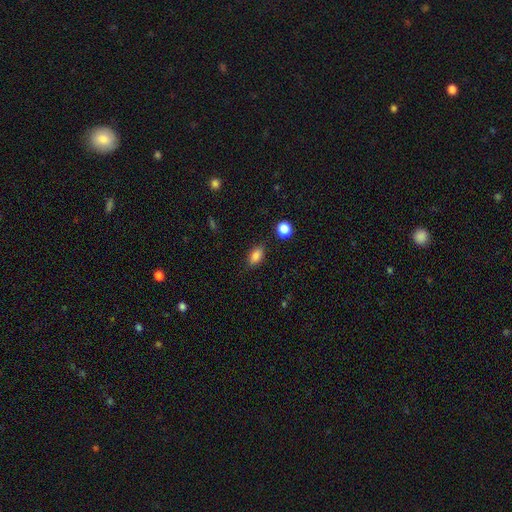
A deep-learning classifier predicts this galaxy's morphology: Smooth or featured? Predicted: smooth (p=0.85). How rounded? Predicted: in between (p=0.86). Merging? Predicted: none (p=0.83).